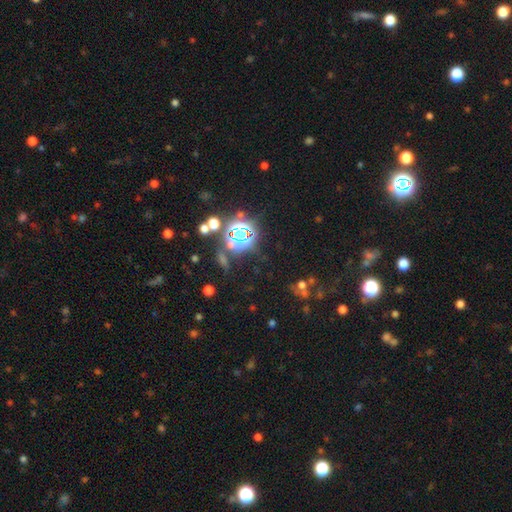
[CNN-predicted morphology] This is likely a star or artifact rather than a galaxy (76%).